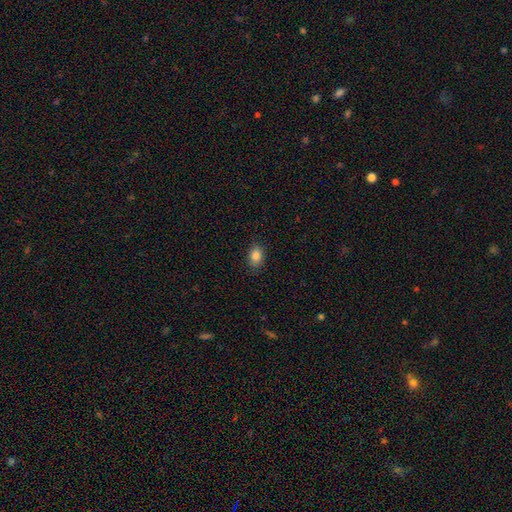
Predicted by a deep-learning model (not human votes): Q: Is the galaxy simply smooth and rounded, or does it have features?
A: smooth — 86%.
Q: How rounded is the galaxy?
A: in between — 77%.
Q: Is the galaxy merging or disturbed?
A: none — 86%.